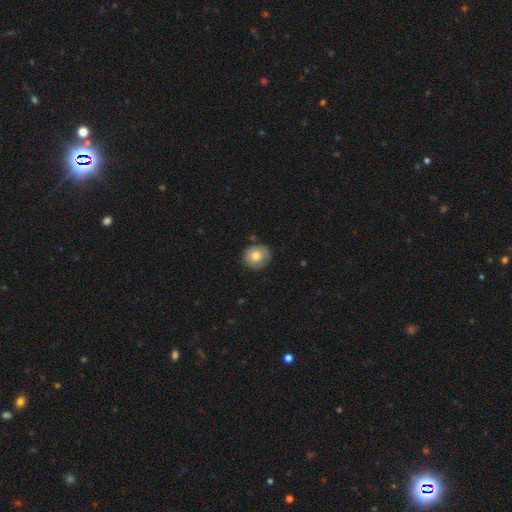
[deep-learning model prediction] smooth_or_featured: smooth (p=0.76) [alt: featured or disk p=0.16]
how_rounded: round (p=0.80) [alt: in between p=0.19]
merging: none (p=0.82) [alt: minor disturbance p=0.13]